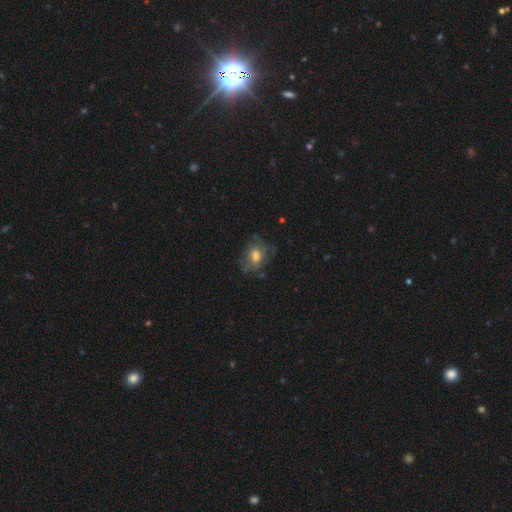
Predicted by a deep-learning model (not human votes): featured or disk 47%, smooth 42%, star or artifact 11%. Down the decision tree: merging — none (58%).